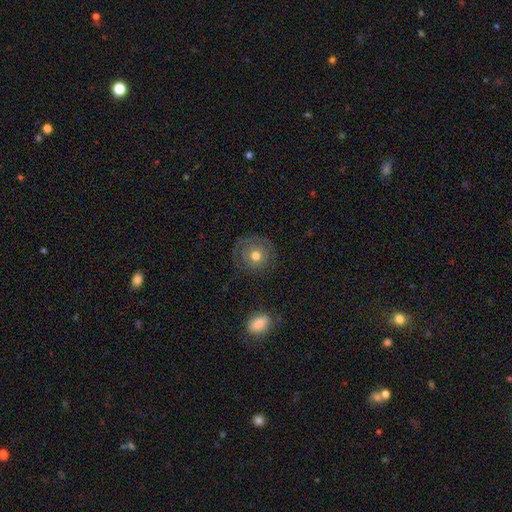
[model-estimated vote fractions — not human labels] smooth-or-featured: featured or disk: 46% | smooth: 45% | star or artifact: 9%
  merging: none: 73% | minor disturbance: 15% | major disturbance: 10% | merger: 2%